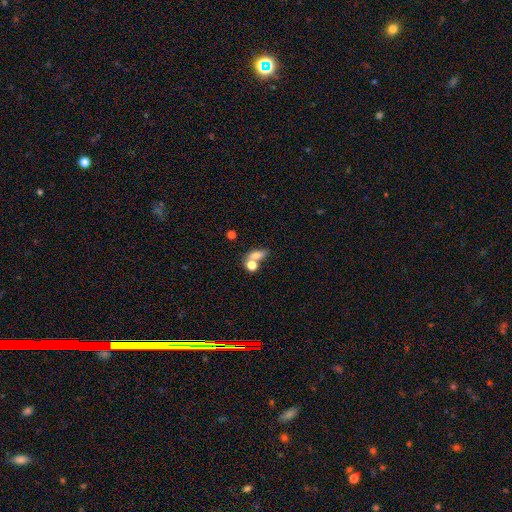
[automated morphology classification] Smooth or featured?
  - smooth: 71% *
  - featured or disk: 16%
  - star or artifact: 13%
How rounded?
  - in between: 62% *
  - round: 27%
  - cigar-shaped: 10%
Merging?
  - merger: 44% *
  - none: 38%
  - minor disturbance: 11%
  - major disturbance: 7%